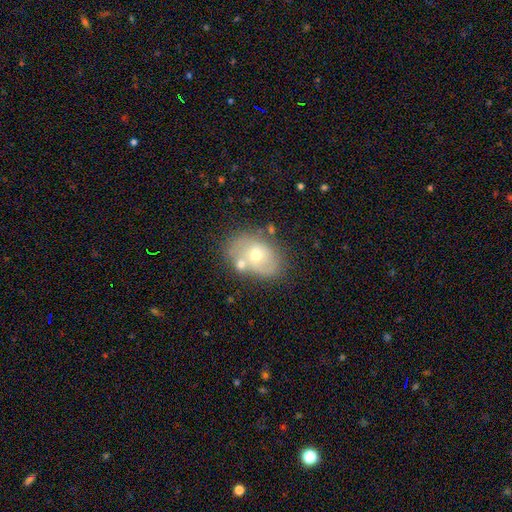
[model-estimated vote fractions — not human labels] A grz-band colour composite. It shows a smooth galaxy with no disk features (48%). Merging: none (58%).